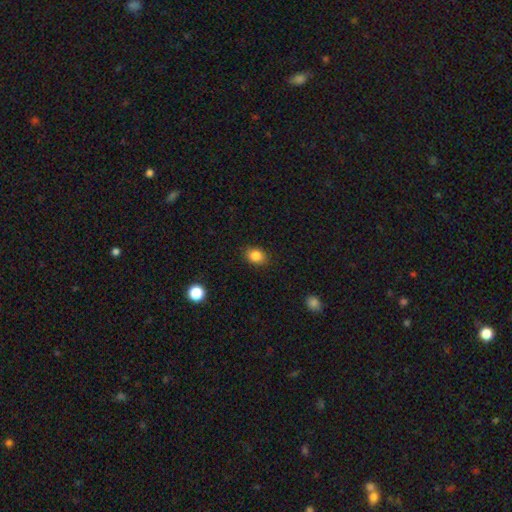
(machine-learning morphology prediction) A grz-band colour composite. It shows a smooth galaxy with no disk features (86%) that is in between round and cigar-shaped (62%). Merging: none (87%).